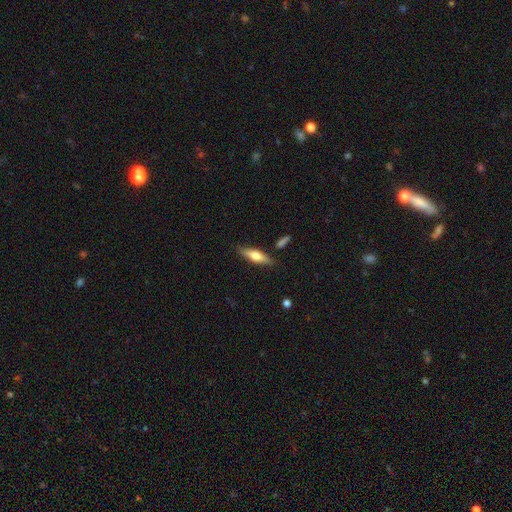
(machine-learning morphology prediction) This appears to be a smooth galaxy with no disk features (52%) that is cigar-shaped (62%). Merging: none (82%).